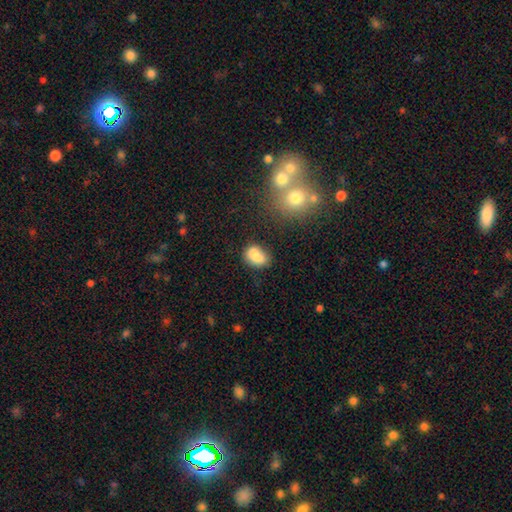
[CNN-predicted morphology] Q: Smooth or featured?
A: smooth (75%); runner-up: featured or disk (15%)
Q: How rounded?
A: in between (69%); runner-up: round (29%)
Q: Merging?
A: merger (42%); runner-up: none (38%)